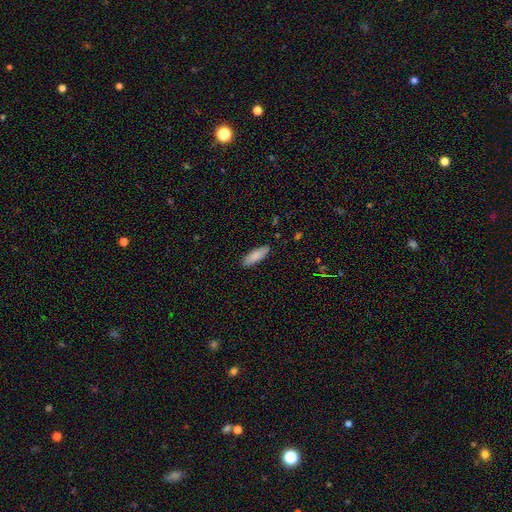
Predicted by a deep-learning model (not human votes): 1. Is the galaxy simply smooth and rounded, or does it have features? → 86% smooth, 8% featured or disk, 6% star or artifact.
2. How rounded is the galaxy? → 59% in between, 39% cigar-shaped, 2% round.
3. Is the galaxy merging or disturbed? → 88% none, 9% minor disturbance, 2% major disturbance, 1% merger.